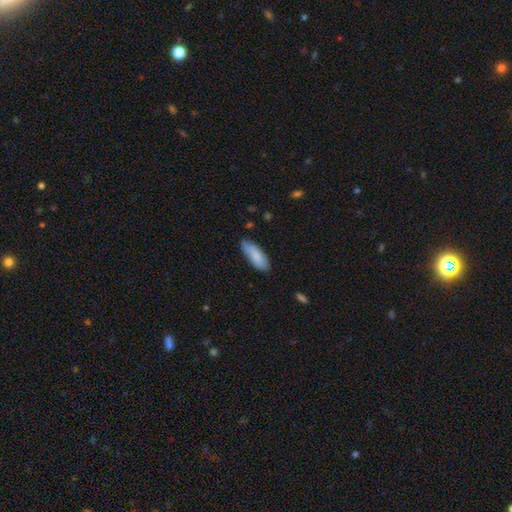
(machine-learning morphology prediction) Smooth or featured? smooth (83%)
How rounded? in between (70%)
Merging? none (74%)